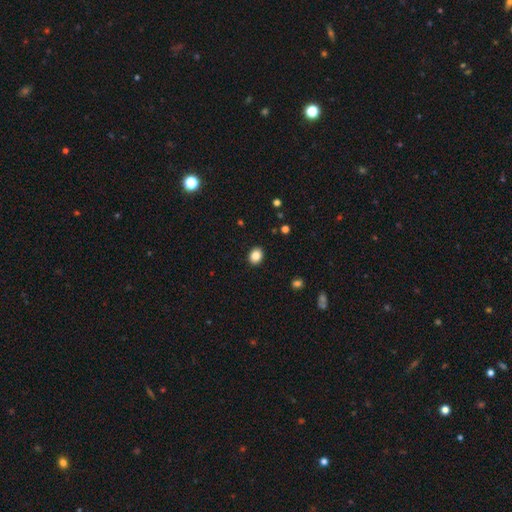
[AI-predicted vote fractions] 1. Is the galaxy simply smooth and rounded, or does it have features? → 86% smooth, 10% star or artifact, 4% featured or disk.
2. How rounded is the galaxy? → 50% round, 49% in between, 1% cigar-shaped.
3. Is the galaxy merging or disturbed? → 91% none, 7% minor disturbance, 2% major disturbance, 1% merger.